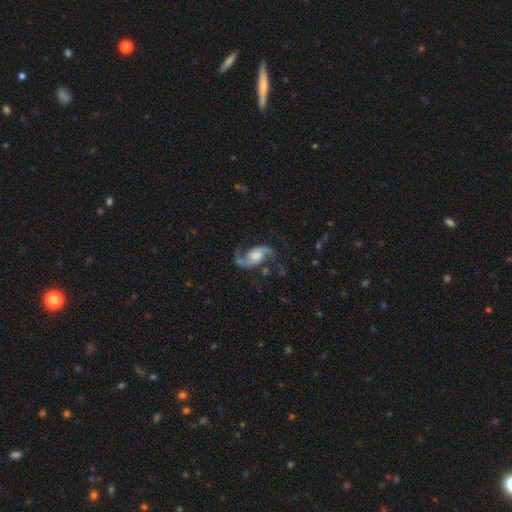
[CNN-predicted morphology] Smooth or featured?
  - featured or disk: 89% *
  - smooth: 6%
  - star or artifact: 5%
Edge-on disk?
  - no: 97% *
  - yes: 3%
Bar?
  - no: 56% *
  - weak: 33%
  - strong: 11%
Spiral arms?
  - yes: 97% *
  - no: 3%
Spiral winding?
  - loose: 64% *
  - medium: 30%
  - tight: 6%
Spiral arm count?
  - 2: 93% *
  - 1: 2%
  - can't tell: 2%
  - 3: 1%
  - 4: 1%
  - more than 4: 1%
Bulge size?
  - moderate: 30% *
  - large: 25%
  - small: 21%
  - none: 20%
  - dominant: 4%
Merging?
  - none: 71% *
  - minor disturbance: 15%
  - major disturbance: 11%
  - merger: 3%